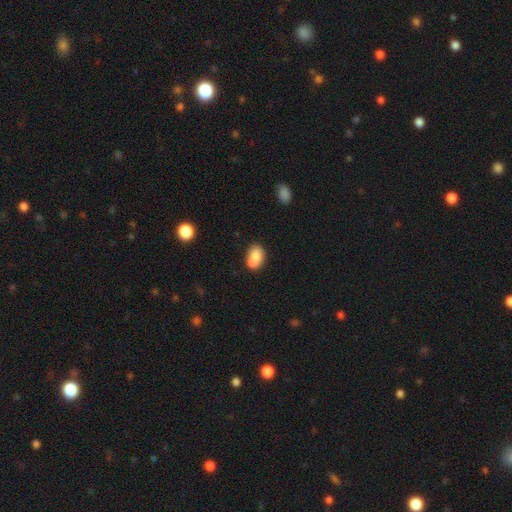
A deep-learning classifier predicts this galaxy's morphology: smooth-or-featured: smooth: 75% | featured or disk: 16% | star or artifact: 9%
  how-rounded: in between: 71% | round: 28% | cigar-shaped: 1%
  merging: merger: 50% | none: 35% | minor disturbance: 11% | major disturbance: 4%